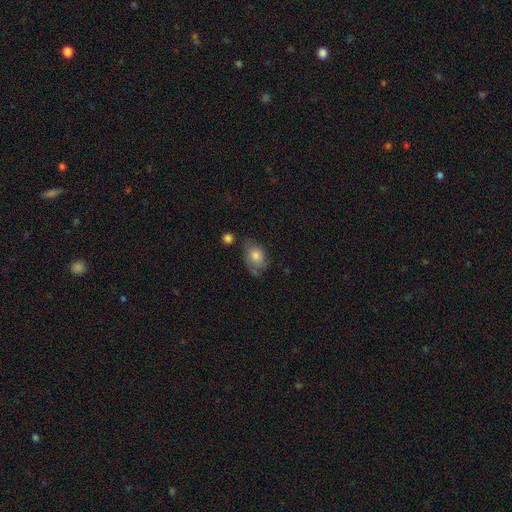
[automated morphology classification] This is likely a smooth galaxy (66%). How rounded: likely in between (78%). Merging: possibly none (49%).